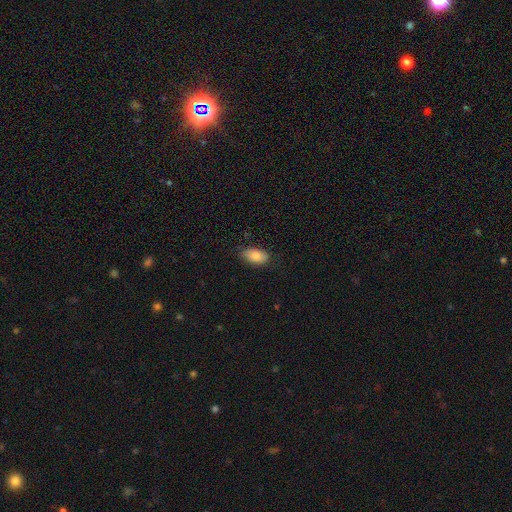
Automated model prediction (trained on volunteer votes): Smooth or featured? smooth (83%)
How rounded? in between (94%)
Merging? none (81%)